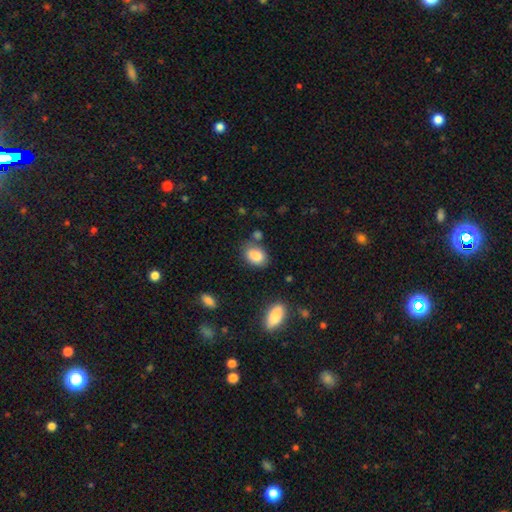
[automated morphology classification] smooth 86%, star or artifact 8%, featured or disk 6%. Down the decision tree: how rounded — in between (81%); merging — none (71%).